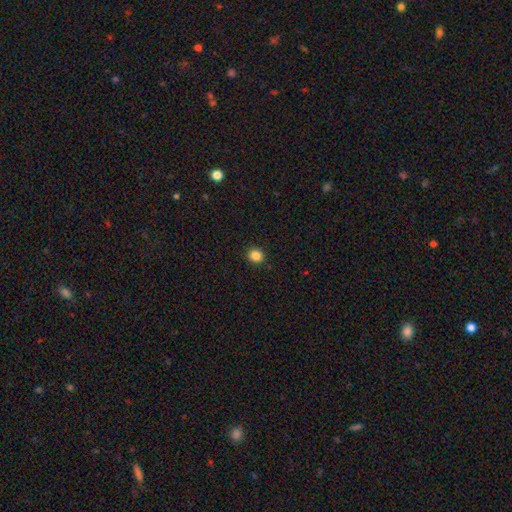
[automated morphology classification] smooth 86%, star or artifact 11%, featured or disk 4%. Down the decision tree: how rounded — round (79%); merging — none (92%).